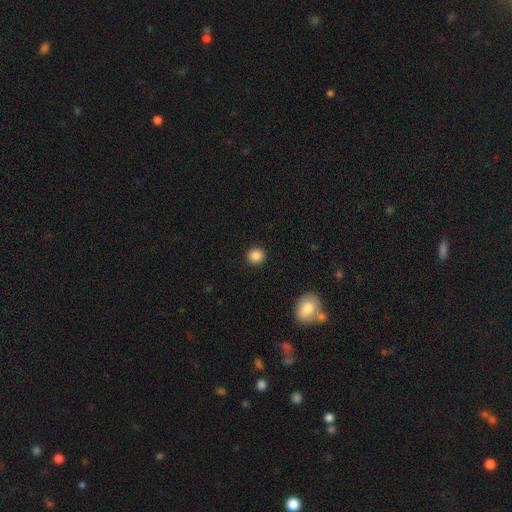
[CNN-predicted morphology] smooth_or_featured: smooth (p=0.86) [alt: star or artifact p=0.10]
how_rounded: round (p=0.89) [alt: in between p=0.10]
merging: none (p=0.92) [alt: minor disturbance p=0.05]